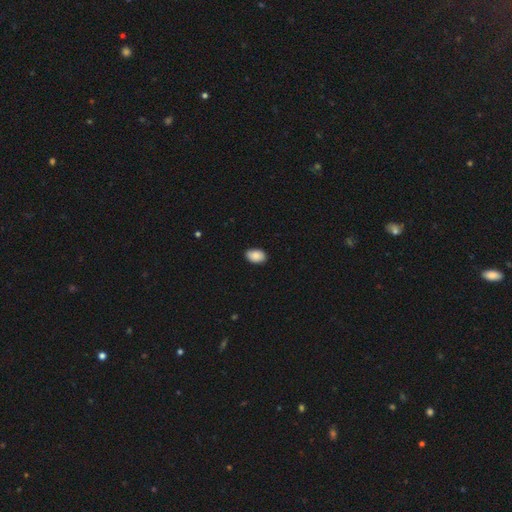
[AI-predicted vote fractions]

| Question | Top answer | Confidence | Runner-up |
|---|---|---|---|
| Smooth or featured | smooth | 87% | star or artifact (7%) |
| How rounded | in between | 88% | round (11%) |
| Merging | none | 86% | minor disturbance (11%) |